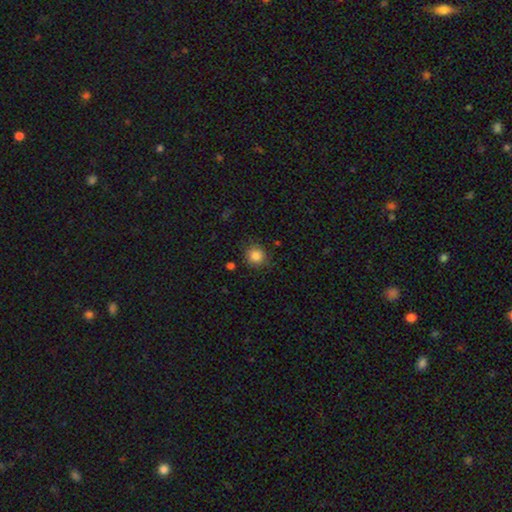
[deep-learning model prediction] smooth_or_featured: smooth (p=0.84) [alt: star or artifact p=0.11]
how_rounded: round (p=0.91) [alt: in between p=0.08]
merging: none (p=0.85) [alt: minor disturbance p=0.10]